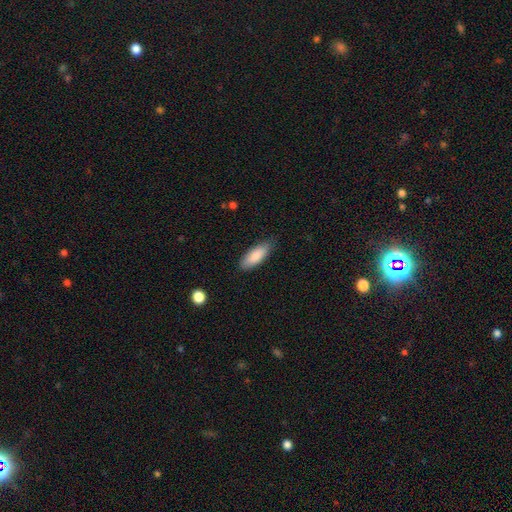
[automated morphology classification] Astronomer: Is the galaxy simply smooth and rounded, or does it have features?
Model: smooth — 86%.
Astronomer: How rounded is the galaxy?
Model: in between — 73%.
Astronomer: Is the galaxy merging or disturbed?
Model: none — 81%.